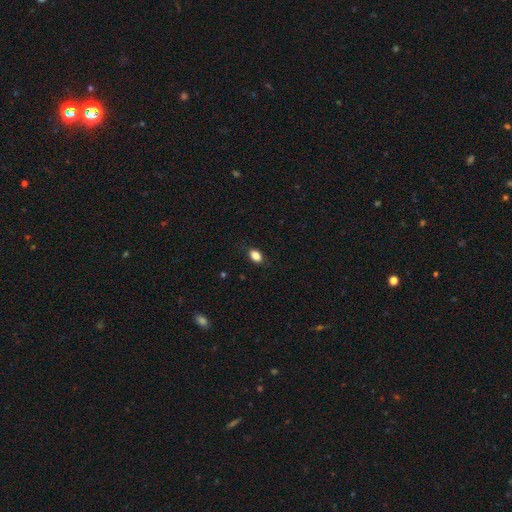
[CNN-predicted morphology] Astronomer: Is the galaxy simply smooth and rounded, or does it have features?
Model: smooth — 86%.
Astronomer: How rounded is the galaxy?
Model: in between — 83%.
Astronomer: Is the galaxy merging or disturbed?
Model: none — 86%.